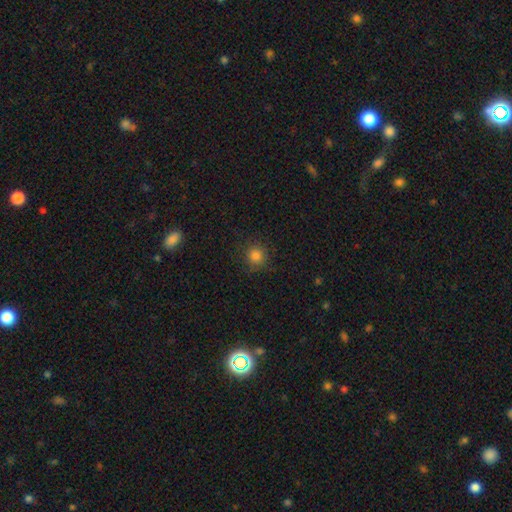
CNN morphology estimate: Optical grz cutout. It shows a smooth galaxy with no disk features (81%) that is round (91%). Merging: none (84%).